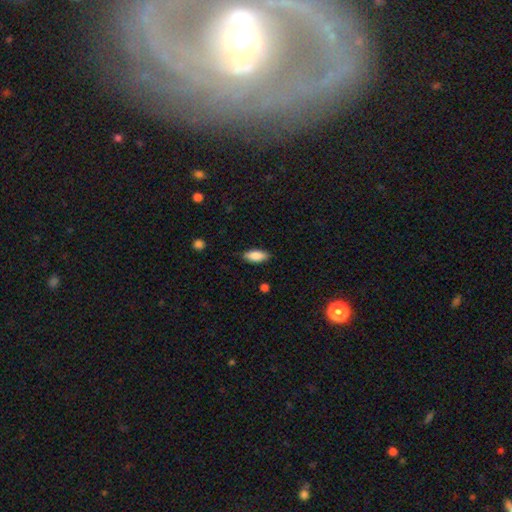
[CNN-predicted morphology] This is clearly a smooth galaxy (85%). How rounded: clearly in between (82%). Merging: clearly none (85%).